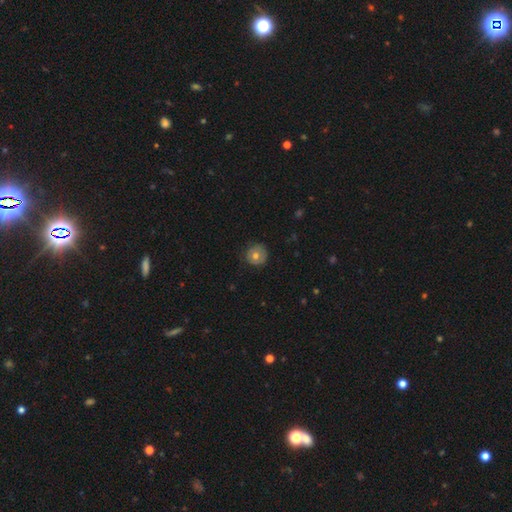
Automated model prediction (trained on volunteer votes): The model was most divided on "smooth or featured": smooth: 67%, featured or disk: 25%, star or artifact: 8%. More confident: how rounded — round (93%); merging — none (81%).